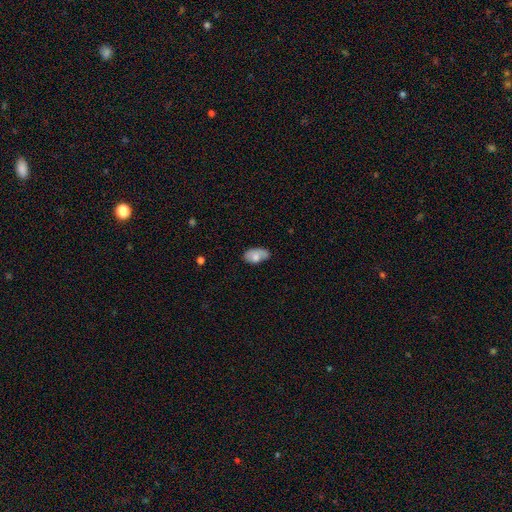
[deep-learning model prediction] smooth-or-featured: smooth: 70% | featured or disk: 23% | star or artifact: 7%
  how-rounded: in between: 94% | round: 4% | cigar-shaped: 2%
  merging: none: 55% | minor disturbance: 32% | major disturbance: 9% | merger: 4%